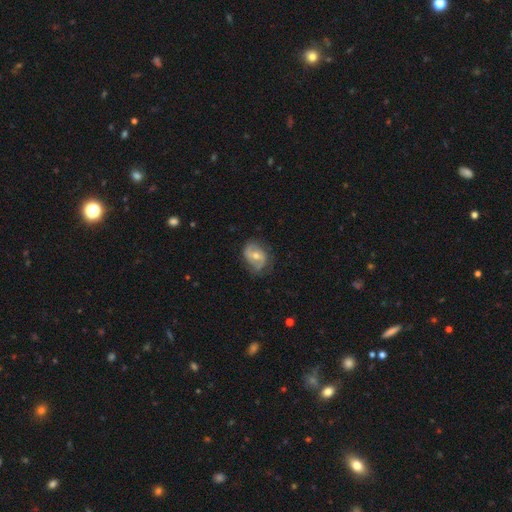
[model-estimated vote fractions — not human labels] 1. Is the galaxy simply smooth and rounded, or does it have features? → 68% featured or disk, 26% smooth, 6% star or artifact.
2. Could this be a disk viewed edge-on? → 97% no, 3% yes.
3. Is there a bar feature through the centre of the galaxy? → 44% weak, 38% no, 18% strong.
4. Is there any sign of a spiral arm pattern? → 83% yes, 17% no.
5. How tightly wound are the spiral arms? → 43% medium, 29% loose, 27% tight.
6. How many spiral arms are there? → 80% 2, 12% can't tell, 4% 1, 2% 3, 1% 4, 1% more than 4.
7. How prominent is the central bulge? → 66% moderate, 28% small, 3% large, 1% none, 1% dominant.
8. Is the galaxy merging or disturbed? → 69% none, 22% minor disturbance, 8% major disturbance, 1% merger.